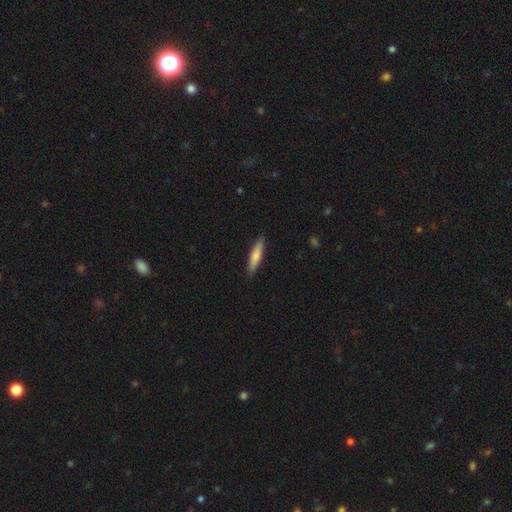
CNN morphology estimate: This is likely a smooth galaxy (76%). How rounded: clearly cigar-shaped (82%). Merging: clearly none (90%).